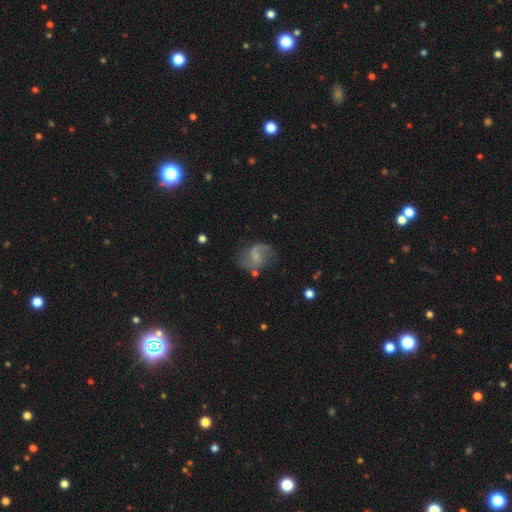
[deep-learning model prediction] Morphology: type=featured or disk (80%); edge-on=no (98%); bar=weak (50%); spiral arms=yes (95%); winding=loose (54%); arm count=2 (90%); bulge=none (41%); merging=none (69%).